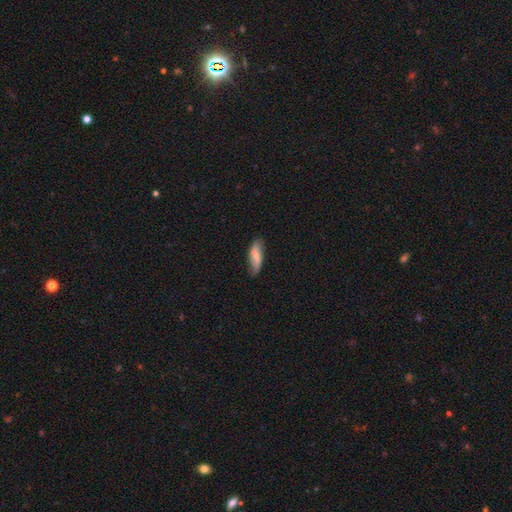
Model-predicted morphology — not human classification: Overall: smooth (60%; featured or disk 33%). How rounded: in between (58%; cigar-shaped 39%). Merging: none (64%; minor disturbance 27%).